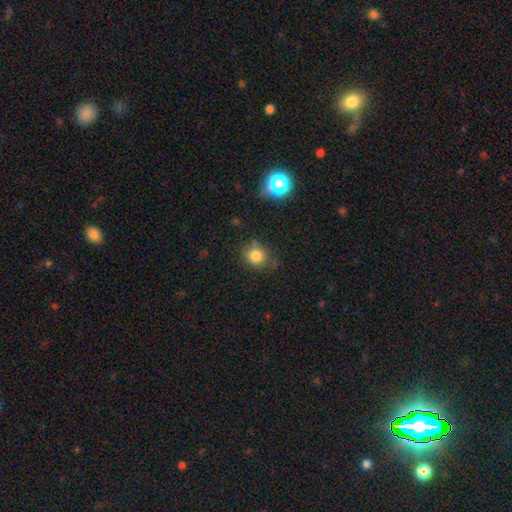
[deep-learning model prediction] A smooth galaxy with no disk features (80%) that is round (81%). Merging: none (71%).